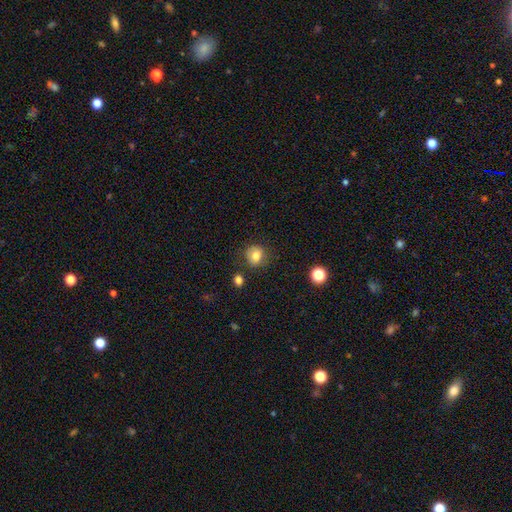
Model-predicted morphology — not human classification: Q: Smooth or featured?
A: smooth (79%); runner-up: star or artifact (11%)
Q: How rounded?
A: round (81%); runner-up: in between (18%)
Q: Merging?
A: none (81%); runner-up: minor disturbance (12%)